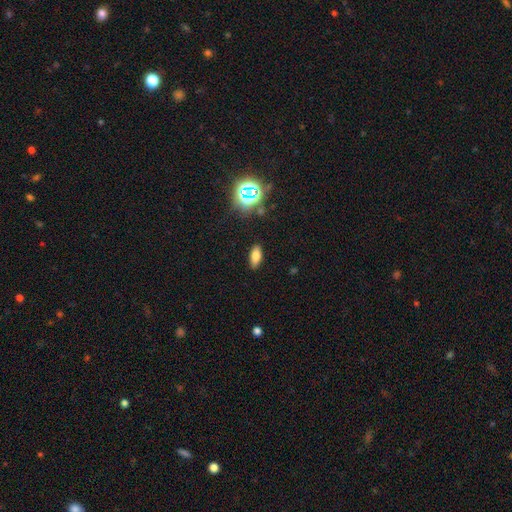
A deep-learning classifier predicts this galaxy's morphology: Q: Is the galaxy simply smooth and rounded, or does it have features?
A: smooth — 71%.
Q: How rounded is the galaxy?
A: in between — 79%.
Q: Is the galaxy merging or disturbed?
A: none — 88%.